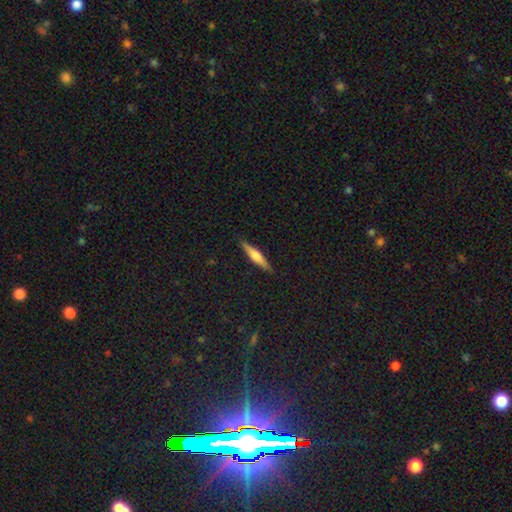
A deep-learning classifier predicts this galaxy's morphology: smooth-or-featured: featured or disk: 47% | smooth: 46% | star or artifact: 7%
  merging: none: 89% | minor disturbance: 8% | major disturbance: 2% | merger: 1%